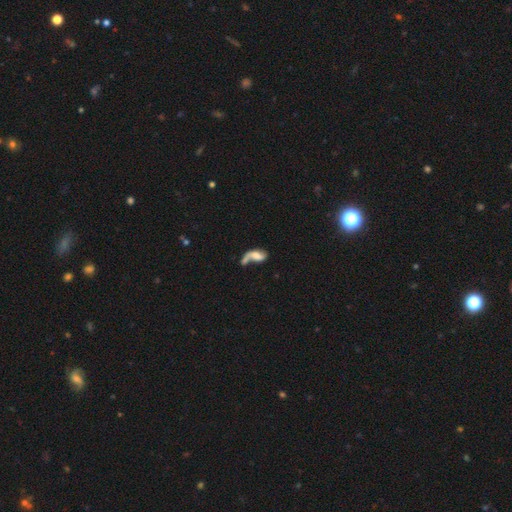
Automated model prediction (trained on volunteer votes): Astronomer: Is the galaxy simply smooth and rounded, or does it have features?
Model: featured or disk — 49% (runner-up: smooth, 41%).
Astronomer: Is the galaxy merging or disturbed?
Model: merger — 35% (runner-up: major disturbance, 28%).